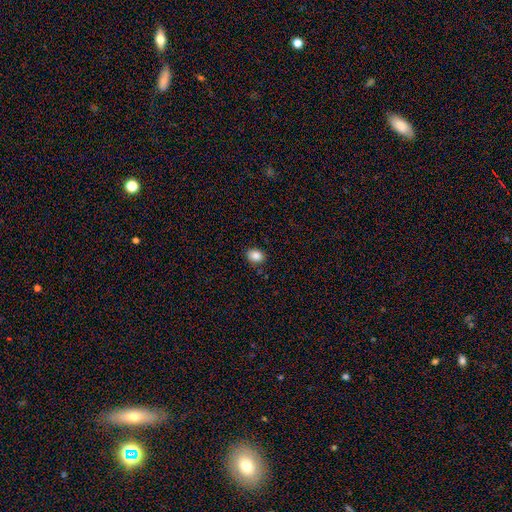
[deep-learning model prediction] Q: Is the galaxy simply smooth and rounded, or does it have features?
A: smooth — 87%.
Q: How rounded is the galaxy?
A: in between — 60%.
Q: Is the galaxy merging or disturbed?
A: none — 88%.